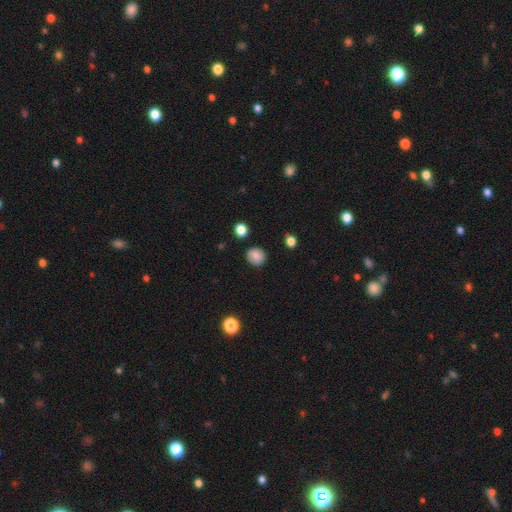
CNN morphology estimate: smooth_or_featured: smooth (p=0.84) [alt: star or artifact p=0.10]
how_rounded: round (p=0.83) [alt: in between p=0.16]
merging: none (p=0.87) [alt: minor disturbance p=0.09]